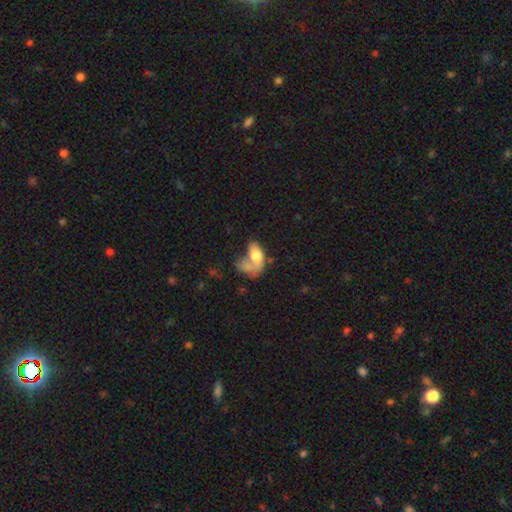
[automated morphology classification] This is likely a smooth galaxy (60%). How rounded: clearly in between (87%). Merging: marginally major disturbance (38%).